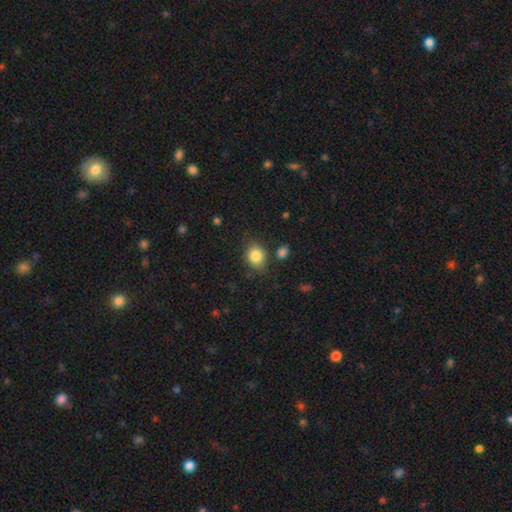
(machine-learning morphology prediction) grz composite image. It shows a smooth galaxy with no disk features (84%) that is round (53%). Merging: none (74%).